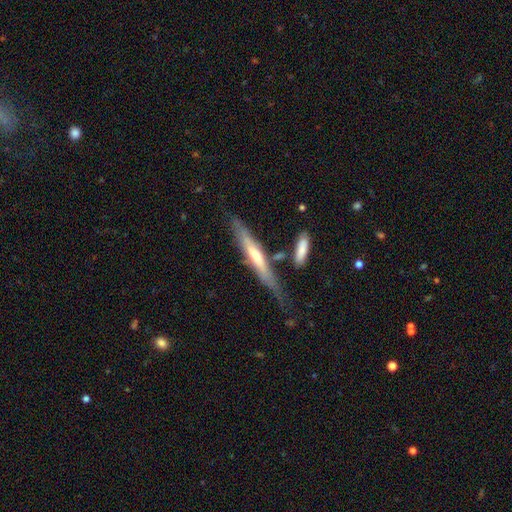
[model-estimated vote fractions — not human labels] Smooth or featured: featured or disk — 63% (smooth — 31%)
Edge-on disk: yes — 86% (no — 14%)
Edge-on bulge: rounded — 53% (none — 36%)
Merging: none — 65% (minor disturbance — 22%)